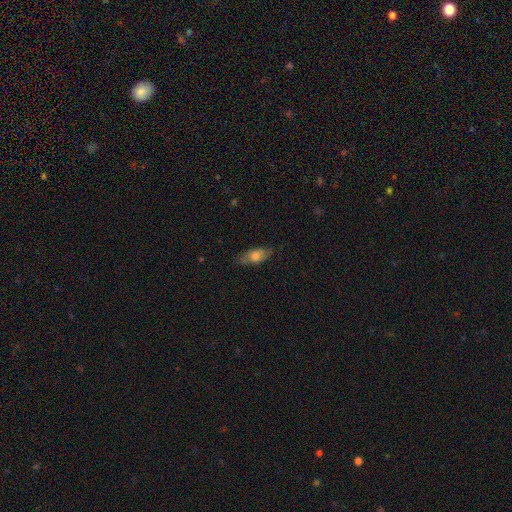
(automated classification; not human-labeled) Morphology: type=smooth (64%); roundness=in between (81%); merging=none (68%).